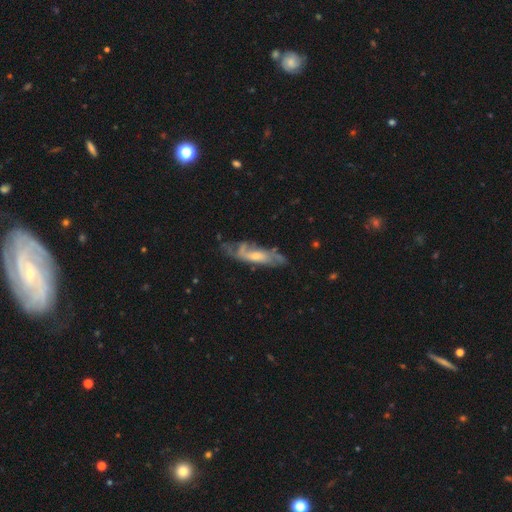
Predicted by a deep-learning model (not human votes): smooth_or_featured: featured or disk (p=0.69) [alt: smooth p=0.24]
disk_edge_on: no (p=0.72) [alt: yes p=0.28]
bar: no (p=0.59) [alt: weak p=0.33]
has_spiral_arms: yes (p=0.79) [alt: no p=0.21]
bulge_size: moderate (p=0.45) [tied with: small p=0.45]
merging: none (p=0.54) [alt: minor disturbance p=0.27]